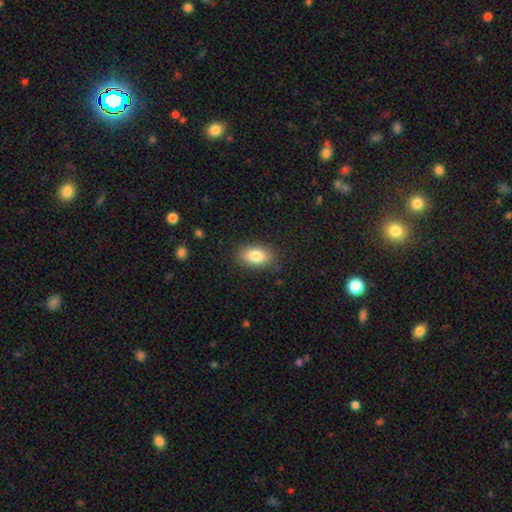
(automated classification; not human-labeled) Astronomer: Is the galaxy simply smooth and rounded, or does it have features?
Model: smooth — 82%.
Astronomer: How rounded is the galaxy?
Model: in between — 88%.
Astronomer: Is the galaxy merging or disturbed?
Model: none — 84%.